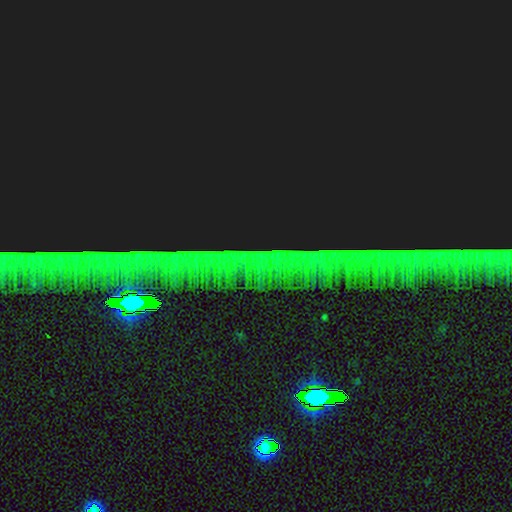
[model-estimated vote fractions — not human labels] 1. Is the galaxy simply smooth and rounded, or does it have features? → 83% star or artifact, 9% featured or disk, 8% smooth.